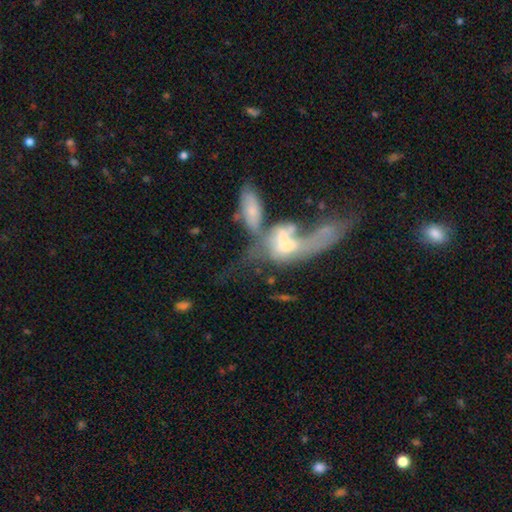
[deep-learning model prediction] A featured or disk galaxy (59%). Merging: merger (65%).